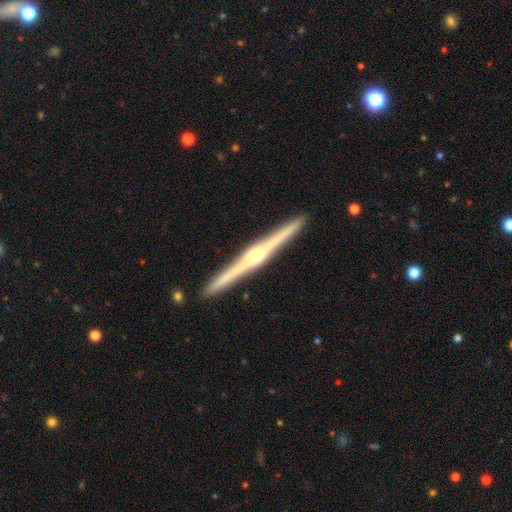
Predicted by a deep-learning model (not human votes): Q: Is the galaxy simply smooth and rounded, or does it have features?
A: featured or disk — 87%.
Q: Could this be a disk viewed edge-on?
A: yes — 99%.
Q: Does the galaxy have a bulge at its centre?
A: rounded — 84%.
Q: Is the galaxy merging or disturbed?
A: none — 93%.